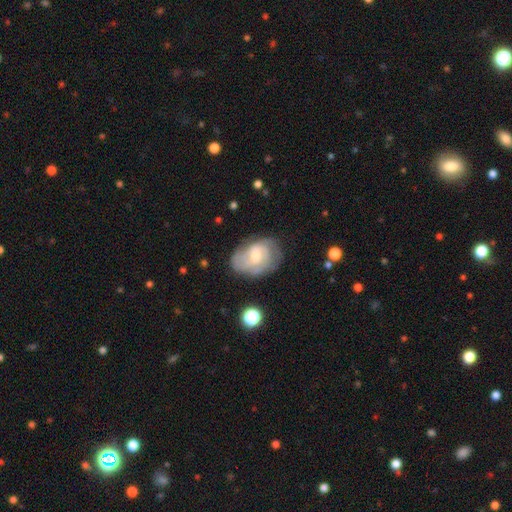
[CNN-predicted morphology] smooth_or_featured: featured or disk (p=0.73) [alt: smooth p=0.21]
disk_edge_on: no (p=0.97) [alt: yes p=0.03]
bar: no (p=0.54) [alt: weak p=0.41]
has_spiral_arms: yes (p=0.90) [alt: no p=0.10]
spiral_winding: tight (p=0.52) [alt: medium p=0.37]
spiral_arm_count: can't tell (p=0.35) [tied with: 2 p=0.35]
bulge_size: moderate (p=0.49) [alt: small p=0.44]
merging: none (p=0.66) [alt: minor disturbance p=0.23]